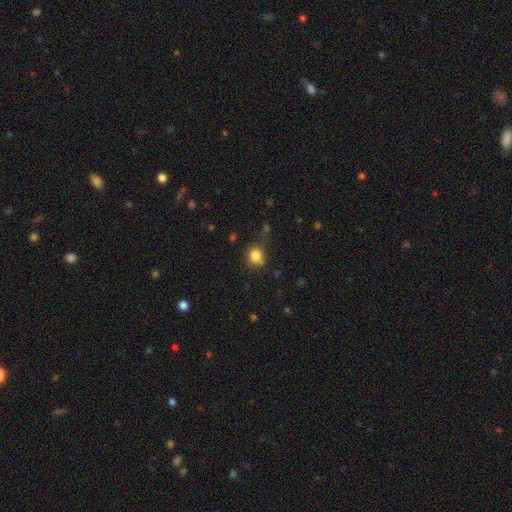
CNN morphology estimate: Smooth or featured? Predicted: smooth (p=0.82). How rounded? Predicted: round (p=0.84). Merging? Predicted: none (p=0.67).